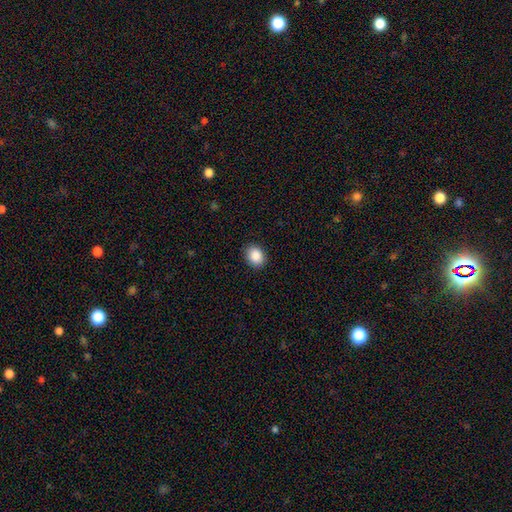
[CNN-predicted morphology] Q: Smooth or featured?
A: smooth (88%); runner-up: star or artifact (8%)
Q: How rounded?
A: in between (53%); runner-up: round (46%)
Q: Merging?
A: none (89%); runner-up: minor disturbance (8%)